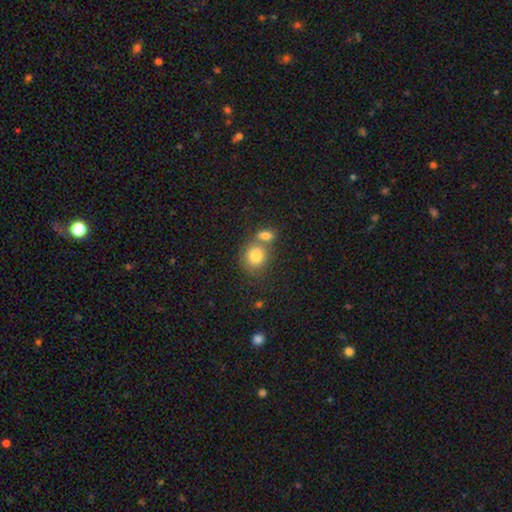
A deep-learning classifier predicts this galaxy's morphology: smooth_or_featured: smooth (p=0.81) [alt: star or artifact p=0.10]
how_rounded: round (p=0.75) [alt: in between p=0.23]
merging: none (p=0.44) [alt: merger p=0.43]